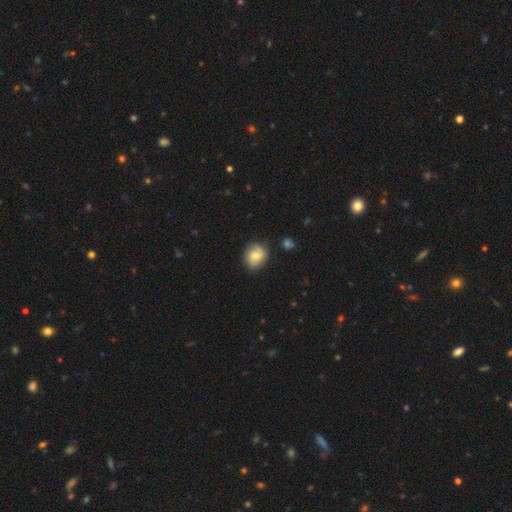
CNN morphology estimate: A smooth galaxy with no disk features (65%) that is round (66%).

Vote fractions:
- Smooth or featured? smooth: 65% / featured or disk: 27% / star or artifact: 8%
- How rounded? round: 66% / in between: 33% / cigar-shaped: 1%
- Merging? none: 75% / minor disturbance: 19% / major disturbance: 4% / merger: 2%